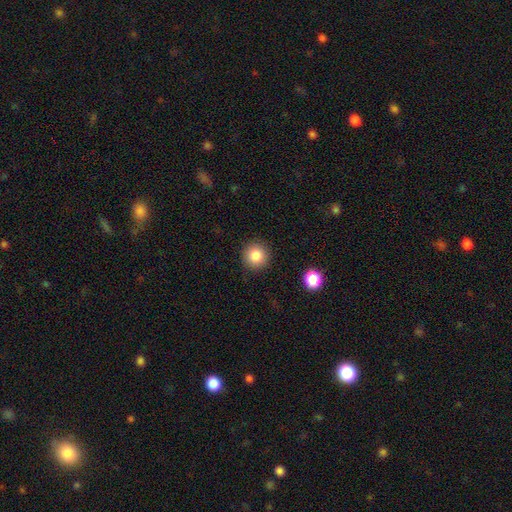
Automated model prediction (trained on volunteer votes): Morphology: type=smooth (85%); roundness=round (95%); merging=none (90%).